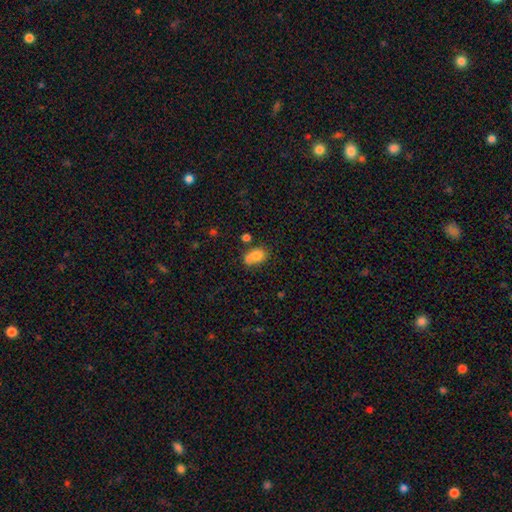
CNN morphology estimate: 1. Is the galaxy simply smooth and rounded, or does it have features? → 75% smooth, 14% featured or disk, 11% star or artifact.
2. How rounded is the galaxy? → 59% in between, 39% round, 1% cigar-shaped.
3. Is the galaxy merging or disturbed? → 49% merger, 35% none, 12% minor disturbance, 5% major disturbance.